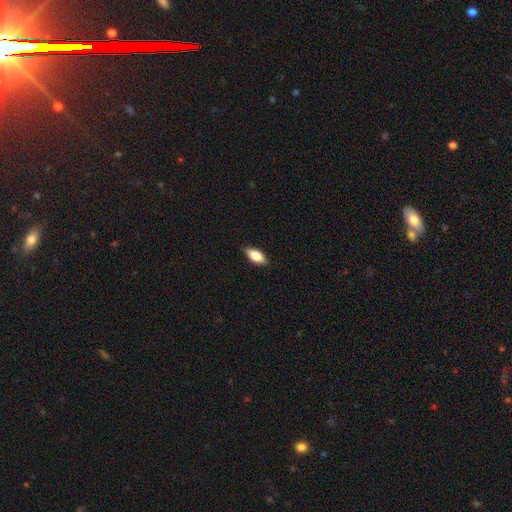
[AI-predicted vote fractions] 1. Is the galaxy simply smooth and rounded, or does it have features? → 78% smooth, 15% featured or disk, 7% star or artifact.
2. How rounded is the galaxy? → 84% in between, 13% cigar-shaped, 3% round.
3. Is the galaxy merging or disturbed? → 87% none, 10% minor disturbance, 2% major disturbance, 1% merger.